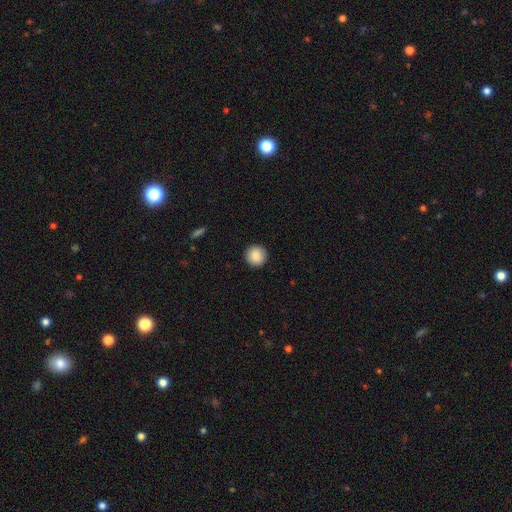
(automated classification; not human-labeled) The model was most divided on "smooth or featured": smooth: 87%, star or artifact: 8%, featured or disk: 5%. More confident: how rounded — round (96%); merging — none (93%).